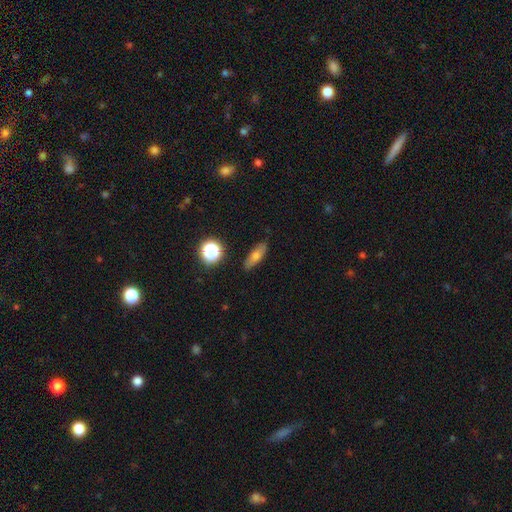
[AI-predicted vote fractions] A smooth galaxy with no disk features (67%) that is in between round and cigar-shaped (53%).

Vote fractions:
- Smooth or featured? smooth: 67% / featured or disk: 22% / star or artifact: 11%
- How rounded? in between: 53% / cigar-shaped: 39% / round: 8%
- Merging? none: 85% / minor disturbance: 11% / major disturbance: 2% / merger: 2%